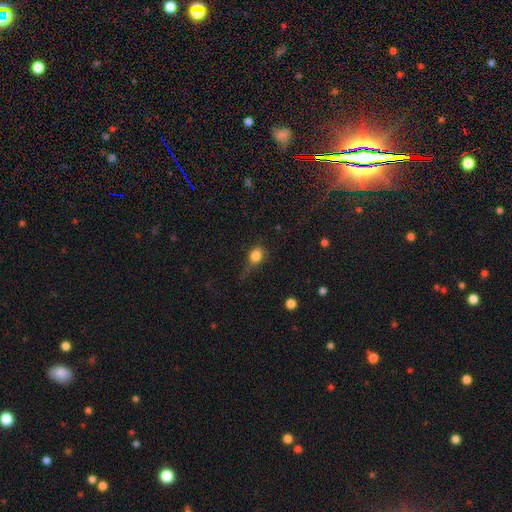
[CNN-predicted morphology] Smooth or featured? smooth (81%)
How rounded? in between (51%)
Merging? none (47%)